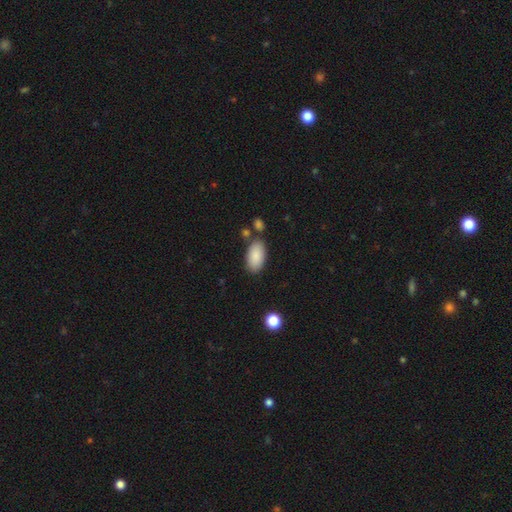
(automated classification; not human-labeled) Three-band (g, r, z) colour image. It shows a smooth galaxy with no disk features (88%) that is in between round and cigar-shaped (95%). Merging: none (76%).